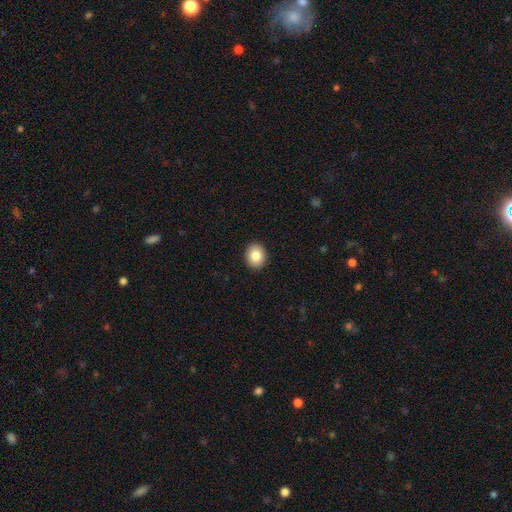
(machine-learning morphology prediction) Smooth or featured? Predicted: smooth (p=0.84). How rounded? Predicted: round (p=0.62). Merging? Predicted: none (p=0.92).